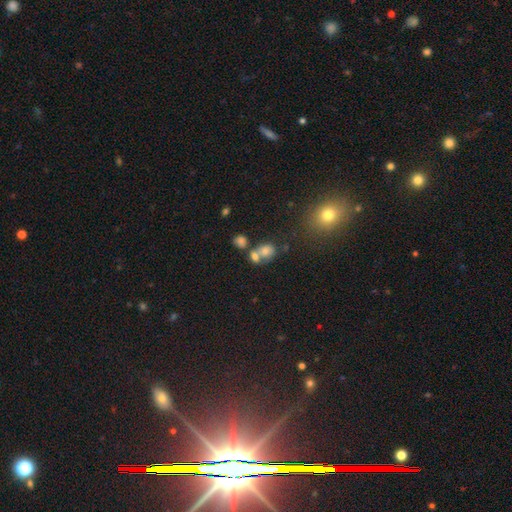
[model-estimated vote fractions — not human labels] Morphology: type=smooth (69%); roundness=round (52%); merging=merger (57%).